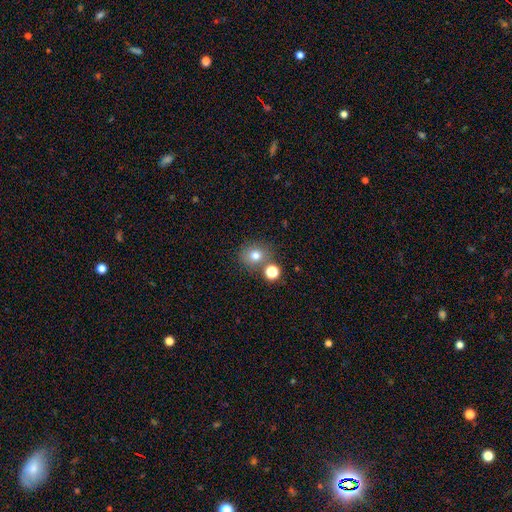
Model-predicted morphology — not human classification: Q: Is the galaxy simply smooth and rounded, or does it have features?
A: smooth — 75%.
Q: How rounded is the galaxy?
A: round — 80%.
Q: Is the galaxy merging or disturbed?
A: none — 70%.